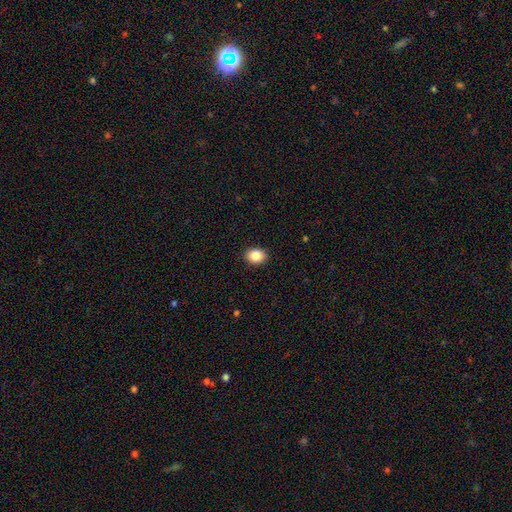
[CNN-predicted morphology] Overall: smooth (87%). How rounded: in between (60%; round 39%). Merging: none (90%).